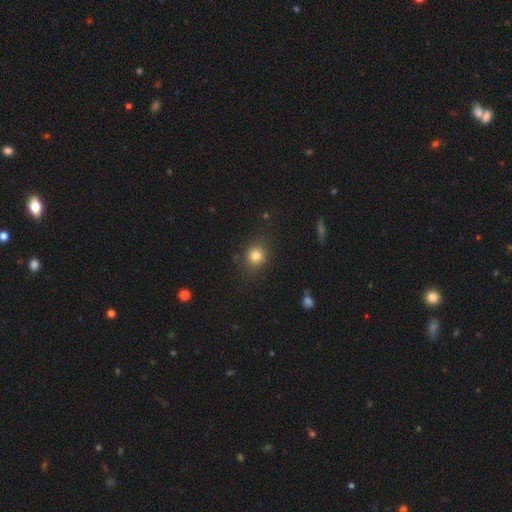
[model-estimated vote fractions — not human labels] smooth 80%, star or artifact 13%, featured or disk 7%. Down the decision tree: how rounded — round (78%); merging — none (84%).